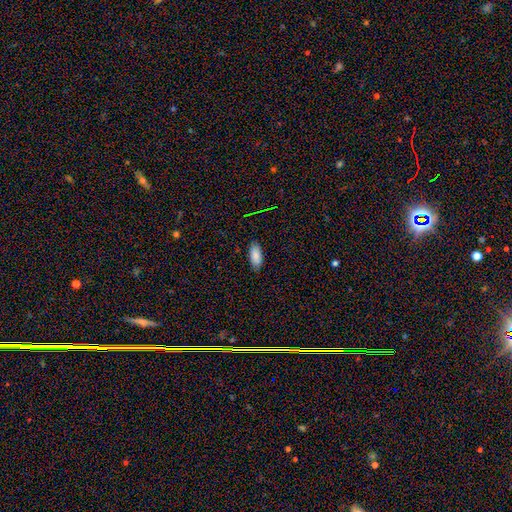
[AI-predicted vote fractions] Smooth or featured? smooth (87%)
How rounded? in between (88%)
Merging? none (86%)